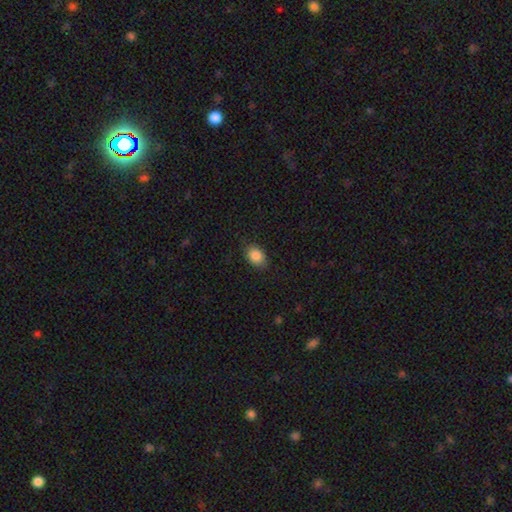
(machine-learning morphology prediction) This is clearly a smooth galaxy (87%). How rounded: likely in between (71%). Merging: clearly none (85%).